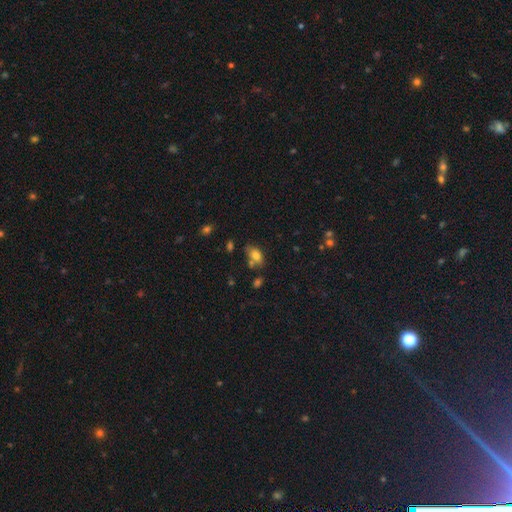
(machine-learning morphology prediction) smooth_or_featured: smooth (p=0.77) [alt: featured or disk p=0.13]
how_rounded: in between (p=0.86) [alt: round p=0.11]
merging: none (p=0.55) [alt: minor disturbance p=0.20]